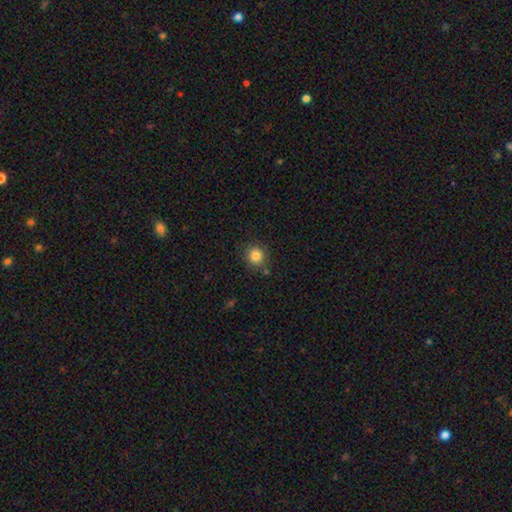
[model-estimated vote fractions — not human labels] Smooth or featured?
  - smooth: 84% *
  - star or artifact: 11%
  - featured or disk: 5%
How rounded?
  - round: 88% *
  - in between: 11%
  - cigar-shaped: 1%
Merging?
  - none: 82% *
  - minor disturbance: 11%
  - merger: 4%
  - major disturbance: 3%